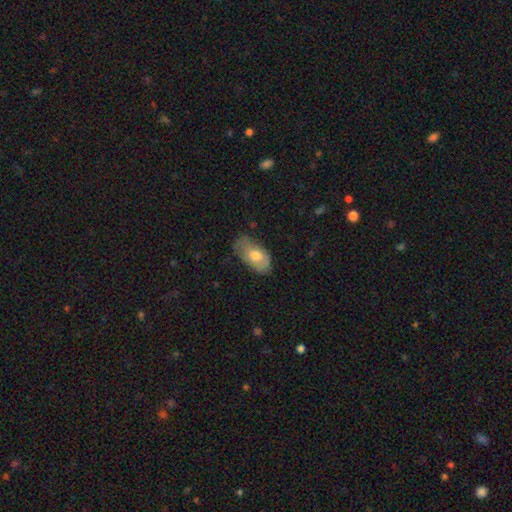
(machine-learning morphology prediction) This is likely a smooth galaxy (65%). How rounded: clearly in between (93%). Merging: likely none (61%).